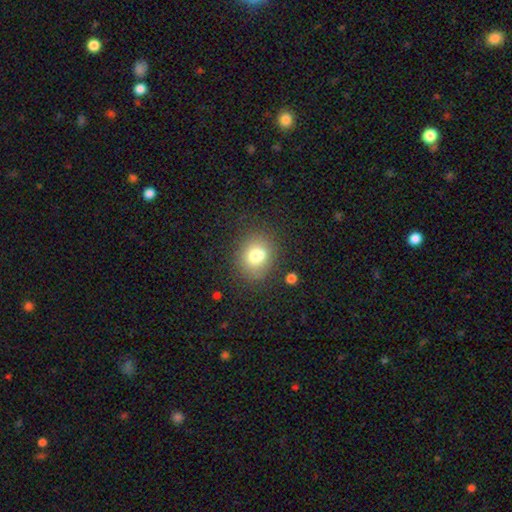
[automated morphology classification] smooth 75%, featured or disk 13%, star or artifact 12%. Down the decision tree: how rounded — round (67%); merging — none (69%).